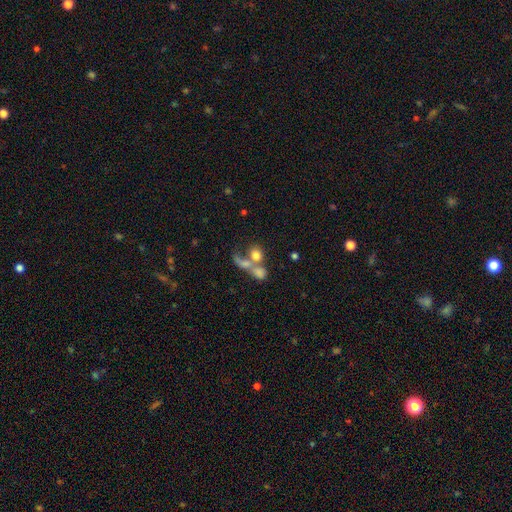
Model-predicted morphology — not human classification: The model was most divided on "how rounded": round: 64%, in between: 33%, cigar-shaped: 3%. More confident: smooth or featured — smooth (67%); merging — merger (58%).